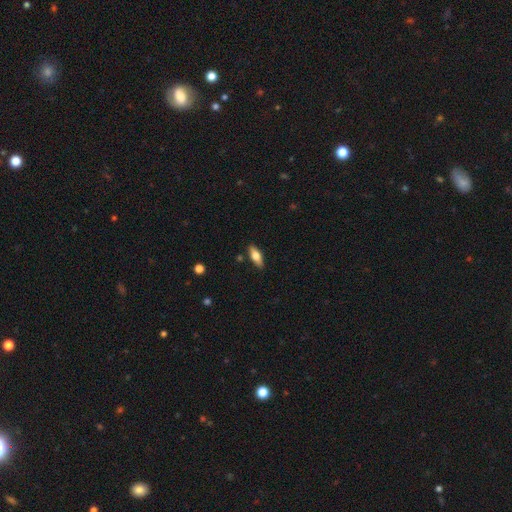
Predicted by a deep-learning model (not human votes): smooth-or-featured: smooth: 63% | featured or disk: 31% | star or artifact: 6%
  how-rounded: in between: 68% | cigar-shaped: 29% | round: 3%
  merging: none: 87% | minor disturbance: 10% | major disturbance: 2% | merger: 2%